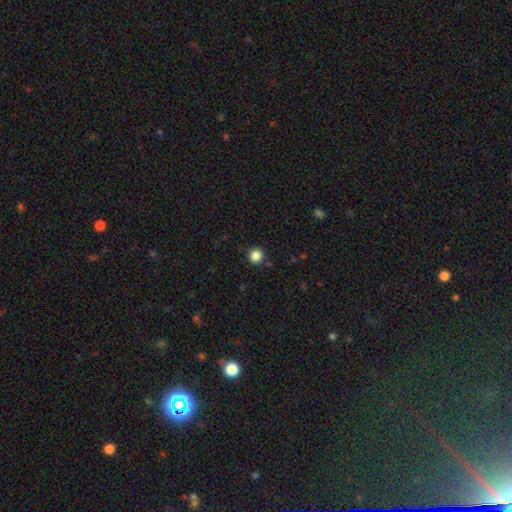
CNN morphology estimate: Smooth or featured? Predicted: smooth (p=0.85). How rounded? Predicted: round (p=0.94). Merging? Predicted: none (p=0.90).